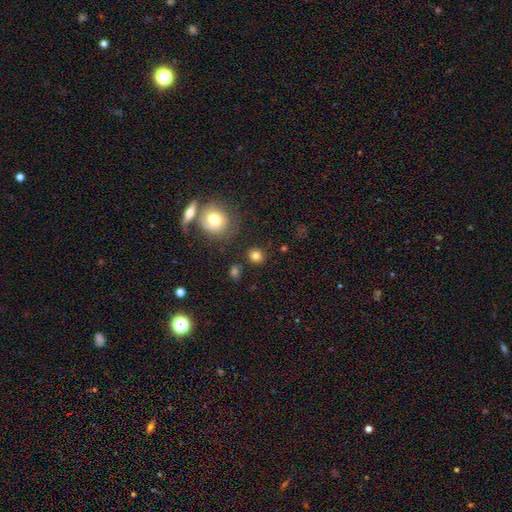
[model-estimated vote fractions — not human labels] smooth 81%, star or artifact 12%, featured or disk 6%. Down the decision tree: how rounded — round (88%); merging — none (84%).